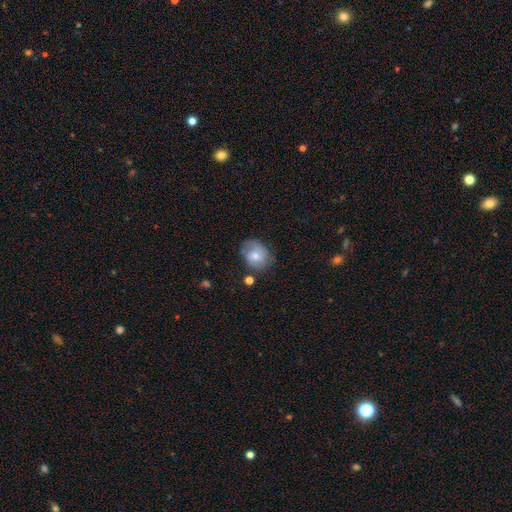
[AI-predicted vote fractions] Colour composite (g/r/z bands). It shows a smooth galaxy with no disk features (61%) that is in between round and cigar-shaped (50%). Merging: none (61%).